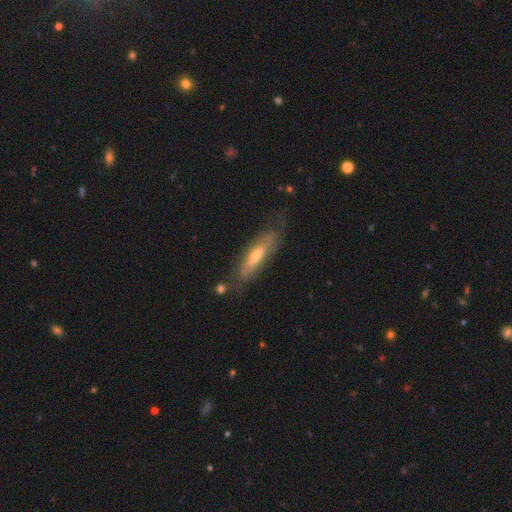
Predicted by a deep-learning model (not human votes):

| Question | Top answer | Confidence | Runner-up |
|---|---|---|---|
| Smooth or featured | featured or disk | 56% | smooth (37%) |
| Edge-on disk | yes | 59% | no (41%) |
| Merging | none | 70% | minor disturbance (20%) |